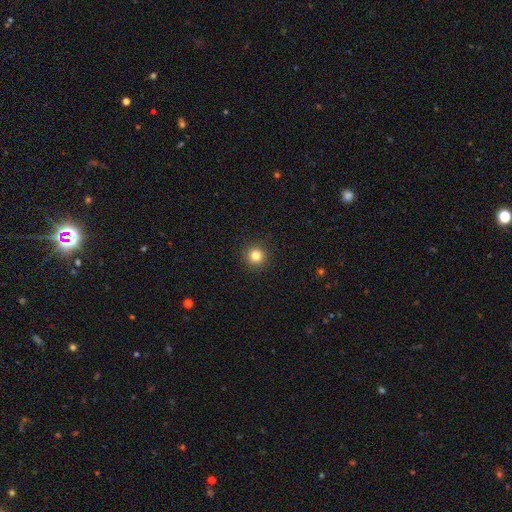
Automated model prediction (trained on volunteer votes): Smooth or featured? Predicted: smooth (p=0.83). How rounded? Predicted: round (p=0.95). Merging? Predicted: none (p=0.92).